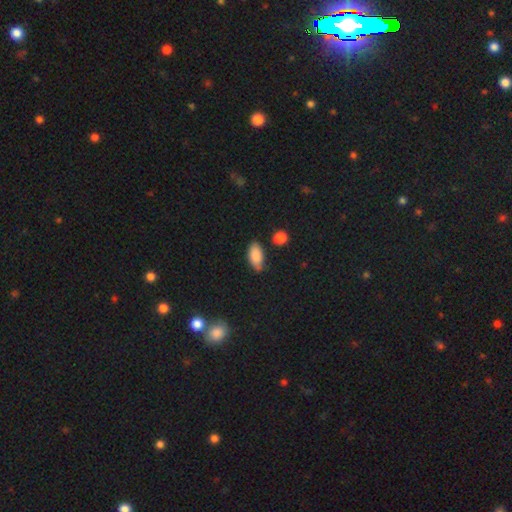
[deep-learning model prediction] A smooth galaxy with no disk features (86%) that is in between round and cigar-shaped (90%).

Vote fractions:
- Smooth or featured? smooth: 86% / star or artifact: 7% / featured or disk: 7%
- How rounded? in between: 90% / cigar-shaped: 7% / round: 3%
- Merging? none: 69% / minor disturbance: 23% / major disturbance: 4% / merger: 4%